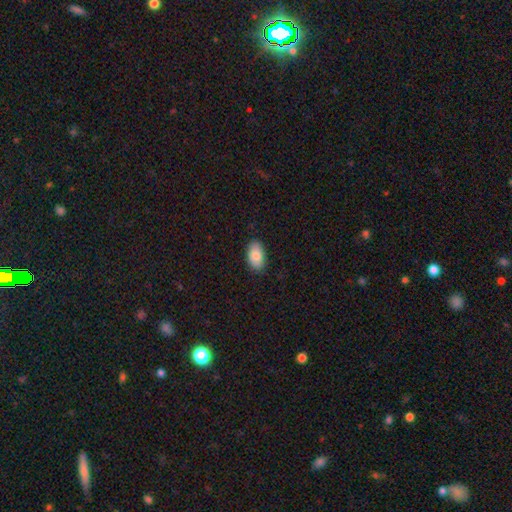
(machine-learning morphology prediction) A smooth galaxy with no disk features (85%) that is in between round and cigar-shaped (94%). Merging: none (85%).